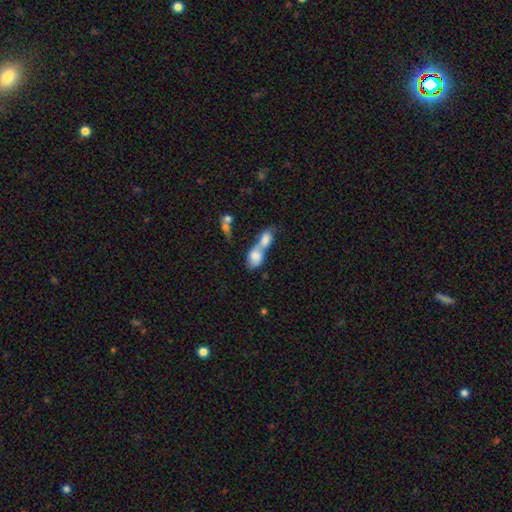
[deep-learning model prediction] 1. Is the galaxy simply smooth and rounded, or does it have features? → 72% smooth, 20% featured or disk, 8% star or artifact.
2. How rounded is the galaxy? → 74% in between, 21% round, 5% cigar-shaped.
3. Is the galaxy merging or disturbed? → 81% merger, 10% none, 5% minor disturbance, 4% major disturbance.